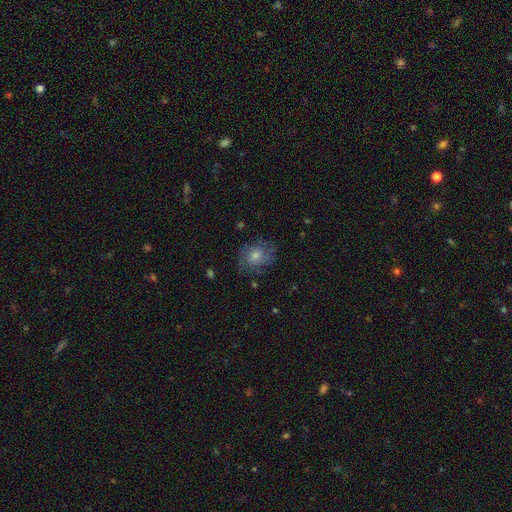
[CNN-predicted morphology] Q: Smooth or featured?
A: featured or disk (52%); runner-up: smooth (34%)
Q: Edge-on disk?
A: no (96%); runner-up: yes (4%)
Q: Merging?
A: none (74%); runner-up: minor disturbance (17%)